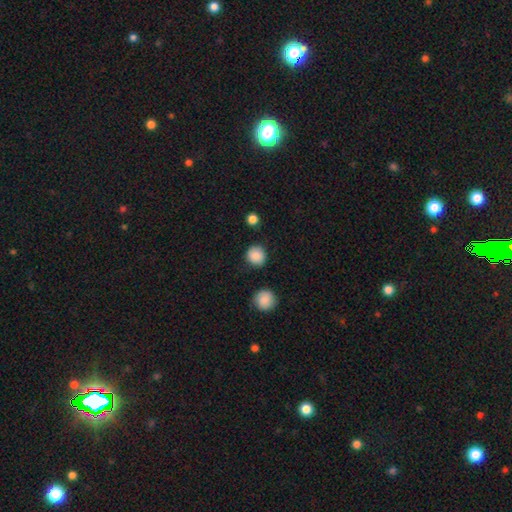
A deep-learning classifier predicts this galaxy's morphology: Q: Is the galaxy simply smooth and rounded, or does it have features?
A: smooth — 88%.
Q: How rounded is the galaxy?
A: round — 90%.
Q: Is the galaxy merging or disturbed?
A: none — 86%.